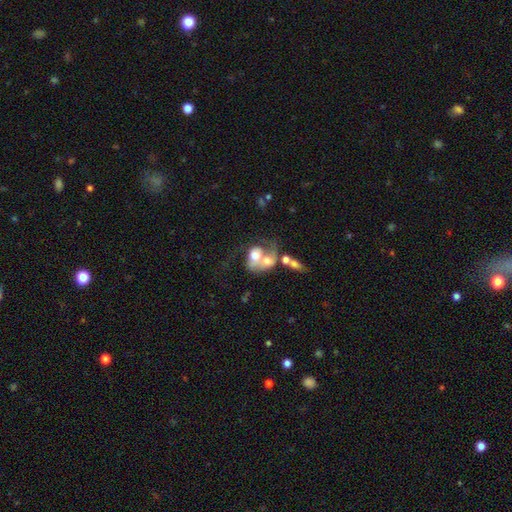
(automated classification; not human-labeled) smooth-or-featured: smooth: 48% | featured or disk: 43% | star or artifact: 9%
  merging: merger: 71% | major disturbance: 14% | none: 9% | minor disturbance: 6%